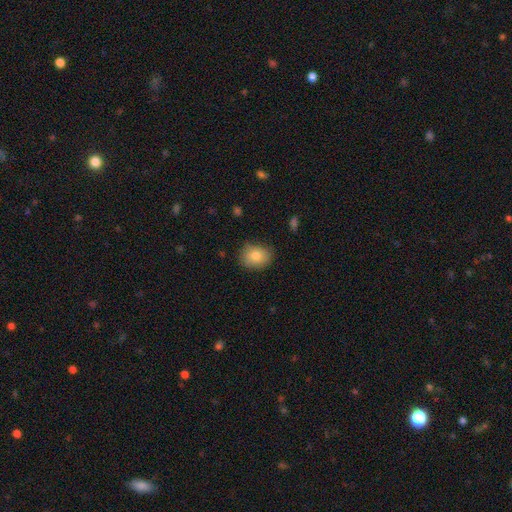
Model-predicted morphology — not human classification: A smooth galaxy with no disk features (82%) that is round (50%).

Vote fractions:
- Smooth or featured? smooth: 82% / featured or disk: 10% / star or artifact: 9%
- How rounded? round: 50% / in between: 49% / cigar-shaped: 1%
- Merging? none: 79% / minor disturbance: 16% / major disturbance: 3% / merger: 1%